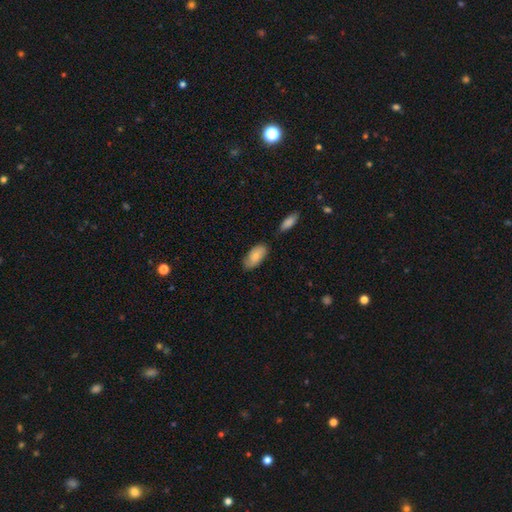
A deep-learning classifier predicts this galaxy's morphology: A smooth galaxy with no disk features (77%) that is in between round and cigar-shaped (92%). Merging: none (69%).